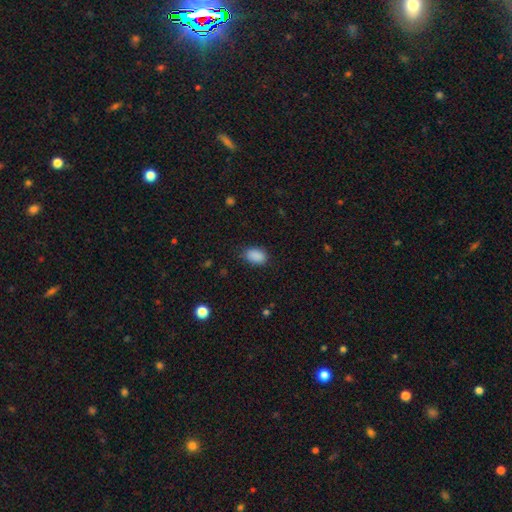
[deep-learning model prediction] Smooth or featured? Predicted: smooth (p=0.89). How rounded? Predicted: in between (p=0.87). Merging? Predicted: none (p=0.82).